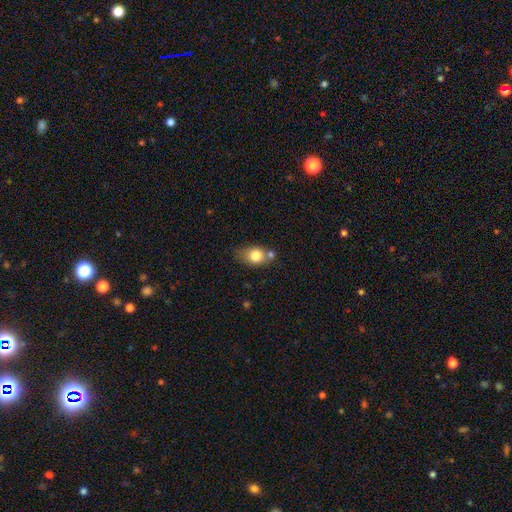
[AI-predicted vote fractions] Overall: smooth (79%). How rounded: in between (62%; round 36%). Merging: none (49%; merger 23%).